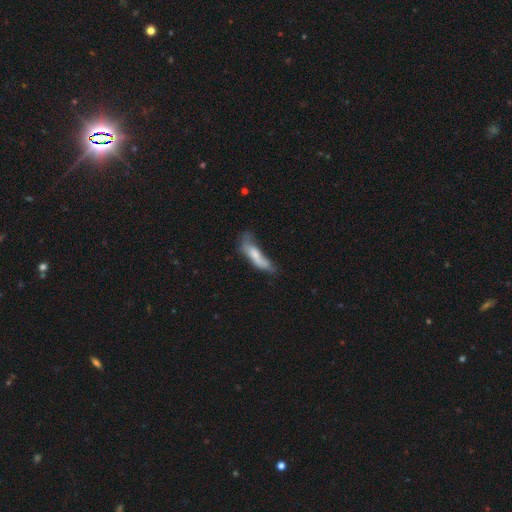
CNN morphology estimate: smooth_or_featured: smooth (p=0.61) [alt: featured or disk p=0.31]
how_rounded: cigar-shaped (p=0.64) [alt: in between p=0.34]
merging: none (p=0.32) [alt: minor disturbance p=0.30]